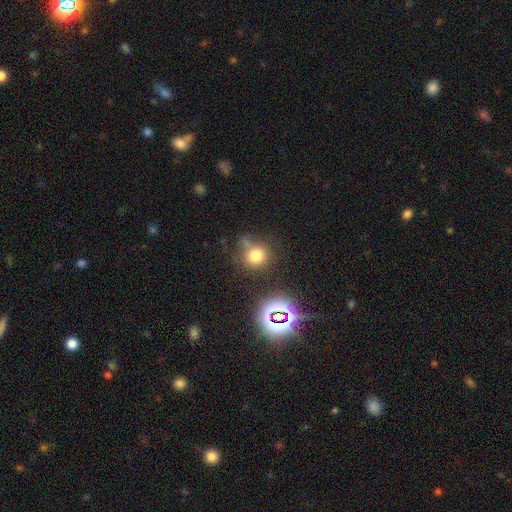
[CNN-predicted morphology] Smooth or featured: smooth — 71% (star or artifact — 20%)
How rounded: round — 84% (in between — 15%)
Merging: none — 59% (minor disturbance — 19%)